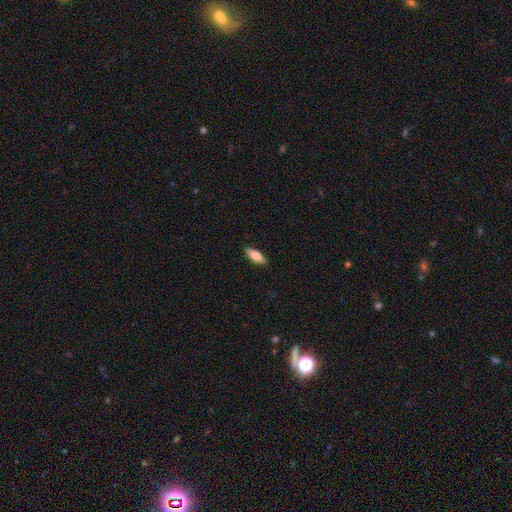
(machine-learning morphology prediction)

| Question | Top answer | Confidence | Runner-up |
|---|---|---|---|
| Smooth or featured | smooth | 78% | featured or disk (16%) |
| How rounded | in between | 68% | cigar-shaped (30%) |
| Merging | none | 87% | minor disturbance (10%) |